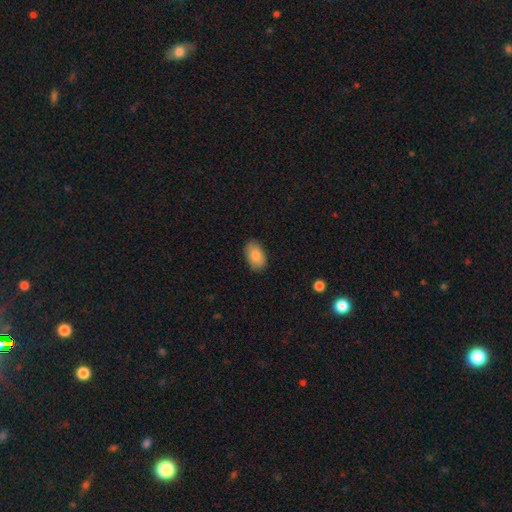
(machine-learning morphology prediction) Smooth or featured? smooth (84%)
How rounded? in between (92%)
Merging? none (84%)